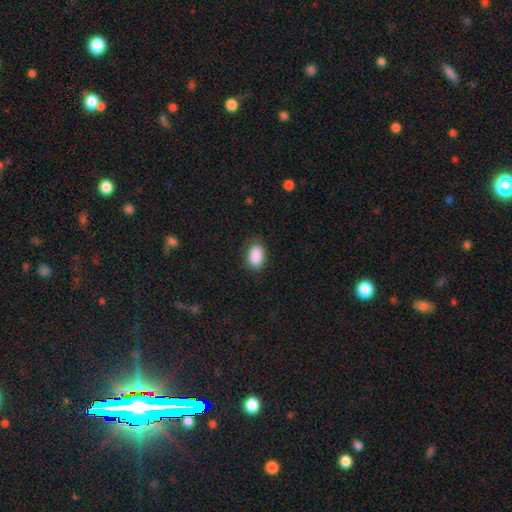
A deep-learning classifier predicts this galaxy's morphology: A smooth galaxy with no disk features (90%) that is in between round and cigar-shaped (90%).

Vote fractions:
- Smooth or featured? smooth: 90% / star or artifact: 7% / featured or disk: 3%
- How rounded? in between: 90% / round: 9% / cigar-shaped: 1%
- Merging? none: 83% / minor disturbance: 13% / major disturbance: 3% / merger: 1%